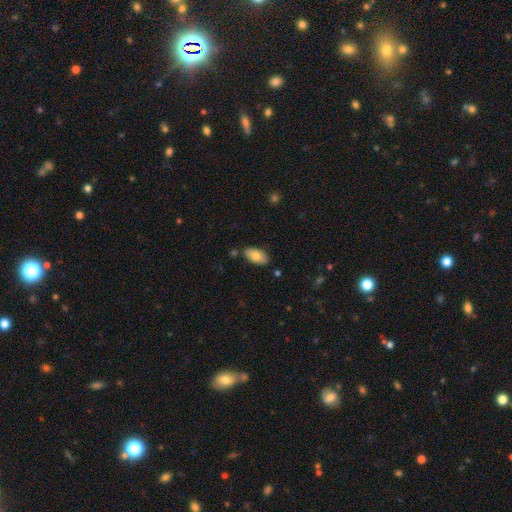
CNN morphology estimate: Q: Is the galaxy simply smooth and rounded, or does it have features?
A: smooth — 79%.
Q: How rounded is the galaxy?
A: in between — 94%.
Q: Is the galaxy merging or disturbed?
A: none — 82%.